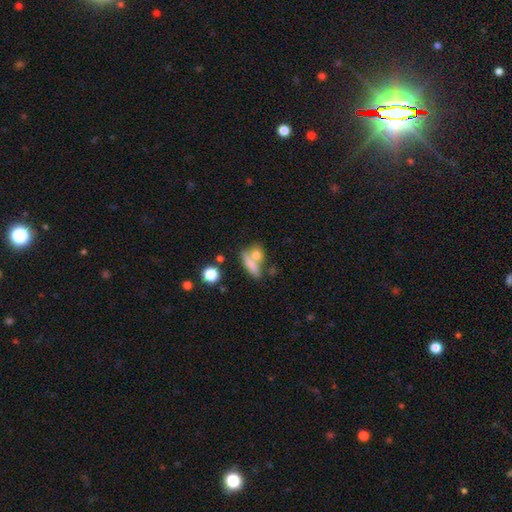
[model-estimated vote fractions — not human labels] Morphology: type=smooth (51%); roundness=in between (53%); merging=merger (40%).